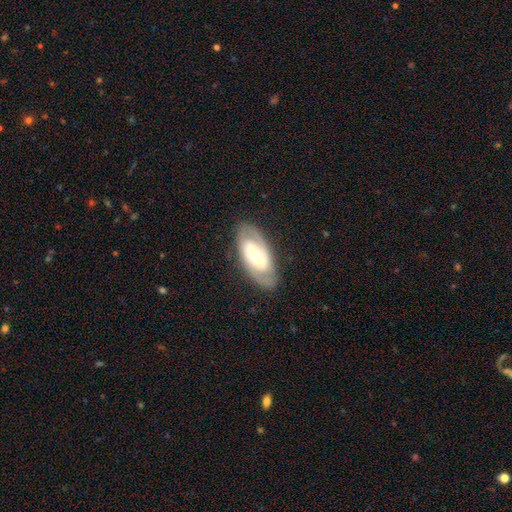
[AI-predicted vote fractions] A featured or disk galaxy (74%) with no bar (47%), 2 (74%) tight (49%) spiral arms (78%) and a small central bulge (49%).

Vote fractions:
- Smooth or featured? featured or disk: 74% / smooth: 20% / star or artifact: 5%
- Edge-on disk? no: 92% / yes: 8%
- Bar? no: 47% / weak: 33% / strong: 21%
- Spiral arms? yes: 78% / no: 22%
- Spiral winding? tight: 49% / medium: 38% / loose: 13%
- Spiral arm count? 2: 74% / can't tell: 18% / 1: 3% / 3: 3% / 4: 1% / more than 4: 1%
- Bulge size? small: 49% / moderate: 44% / large: 5% / none: 1% / dominant: 1%
- Merging? none: 81% / minor disturbance: 13% / major disturbance: 5% / merger: 2%